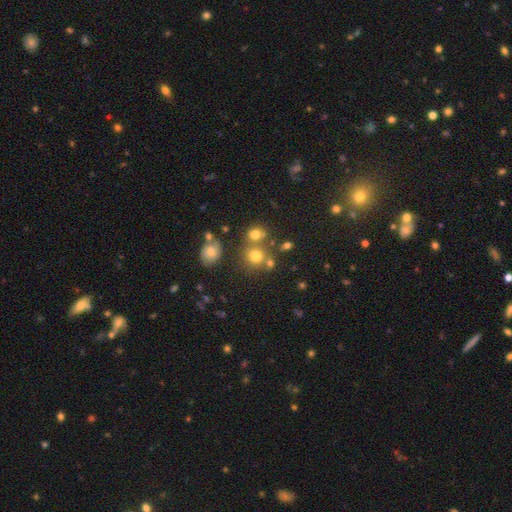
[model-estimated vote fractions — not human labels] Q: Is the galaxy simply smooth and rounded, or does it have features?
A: smooth — 73%.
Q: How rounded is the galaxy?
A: round — 83%.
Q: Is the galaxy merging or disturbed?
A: none — 60%.